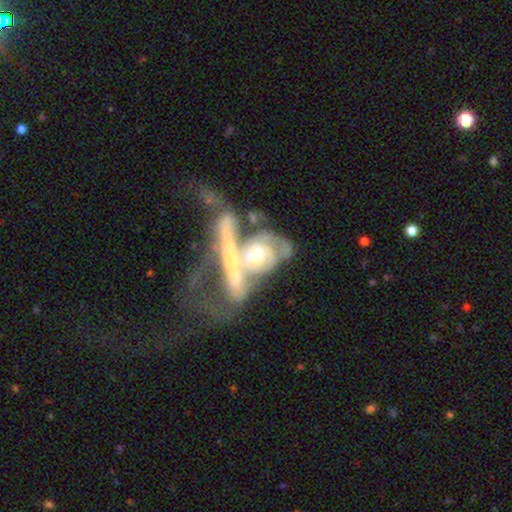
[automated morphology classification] smooth_or_featured: featured or disk (p=0.74) [alt: smooth p=0.19]
disk_edge_on: no (p=0.87) [alt: yes p=0.13]
bar: no (p=0.74) [alt: weak p=0.18]
has_spiral_arms: yes (p=0.73) [alt: no p=0.27]
bulge_size: moderate (p=0.49) [alt: small p=0.39]
merging: merger (p=0.58) [alt: major disturbance p=0.17]